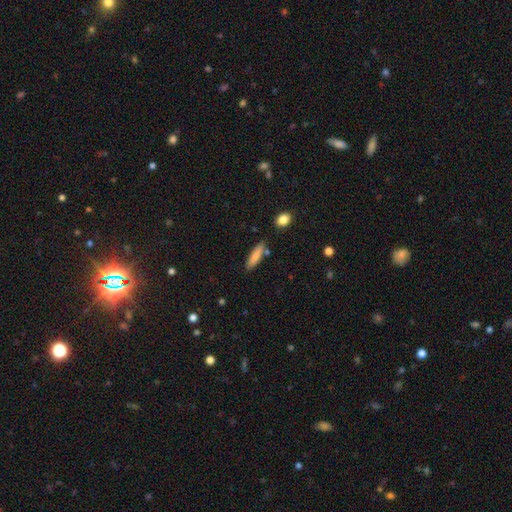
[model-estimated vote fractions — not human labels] The model was most divided on "how rounded": cigar-shaped: 69%, in between: 29%, round: 2%. More confident: smooth or featured — smooth (83%); merging — none (81%).